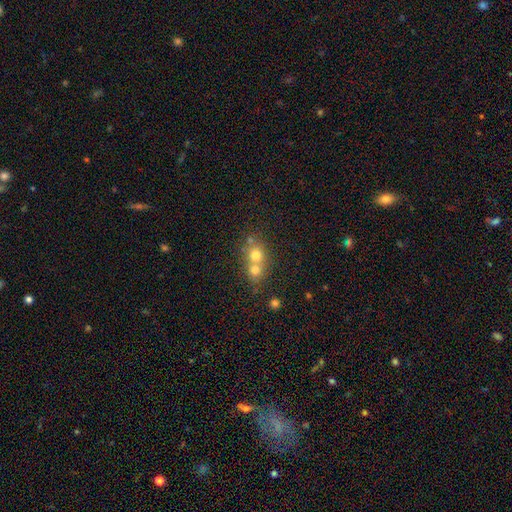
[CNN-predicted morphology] type=smooth (70%); roundness=round (78%); merging=merger (63%).